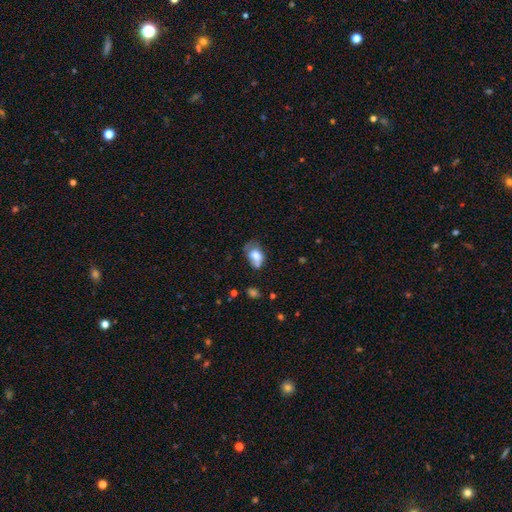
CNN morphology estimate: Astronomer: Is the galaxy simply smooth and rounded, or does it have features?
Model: smooth — 64%.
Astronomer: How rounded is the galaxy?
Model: in between — 79%.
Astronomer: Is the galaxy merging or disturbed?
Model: none — 33% (runner-up: minor disturbance, 31%).